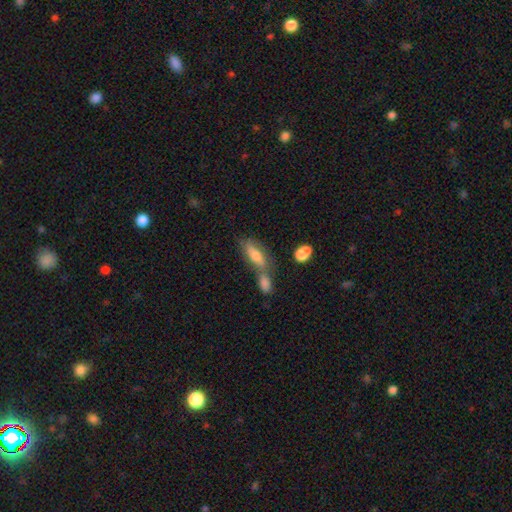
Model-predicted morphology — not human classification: smooth-or-featured: smooth: 65% | featured or disk: 26% | star or artifact: 9%
  how-rounded: in between: 60% | cigar-shaped: 38% | round: 3%
  merging: none: 42% | merger: 38% | minor disturbance: 14% | major disturbance: 6%